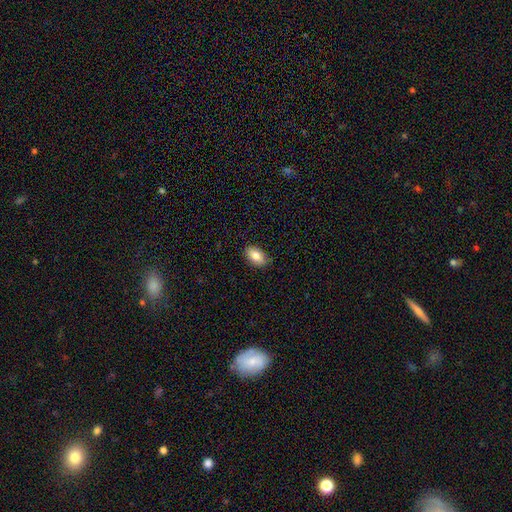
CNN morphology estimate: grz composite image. It shows a smooth galaxy with no disk features (82%) that is in between round and cigar-shaped (92%). Merging: none (86%).